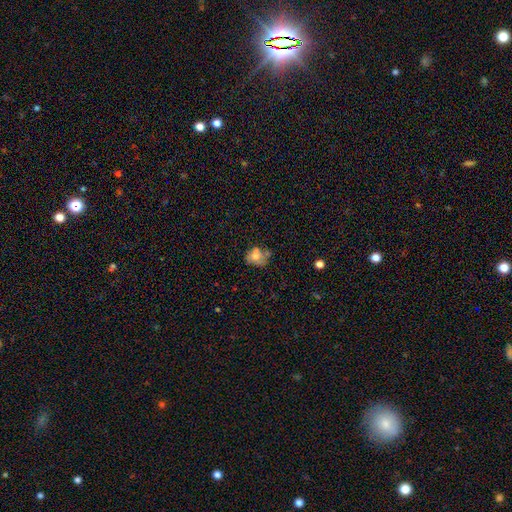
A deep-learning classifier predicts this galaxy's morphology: Smooth or featured: smooth — 64% (featured or disk — 25%)
How rounded: round — 58% (in between — 41%)
Merging: none — 45% (minor disturbance — 29%)